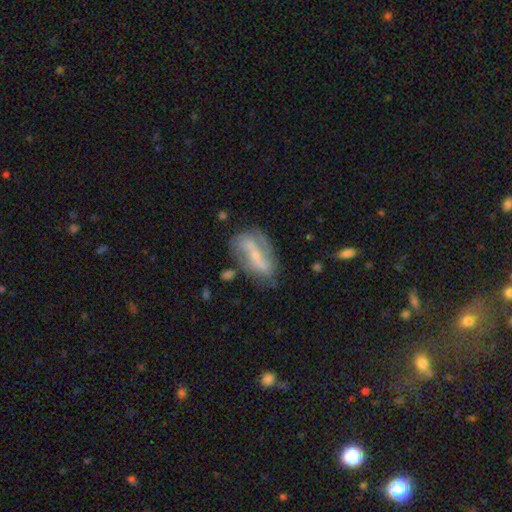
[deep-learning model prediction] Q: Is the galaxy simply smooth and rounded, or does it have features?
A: featured or disk — 70%.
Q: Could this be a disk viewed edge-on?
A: no — 92%.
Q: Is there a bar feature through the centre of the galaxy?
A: strong — 42%.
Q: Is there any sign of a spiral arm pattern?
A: yes — 79%.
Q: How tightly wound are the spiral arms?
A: loose — 39%.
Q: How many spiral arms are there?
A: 2 — 73%.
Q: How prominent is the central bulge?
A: small — 61%.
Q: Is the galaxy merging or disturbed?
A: none — 59%.